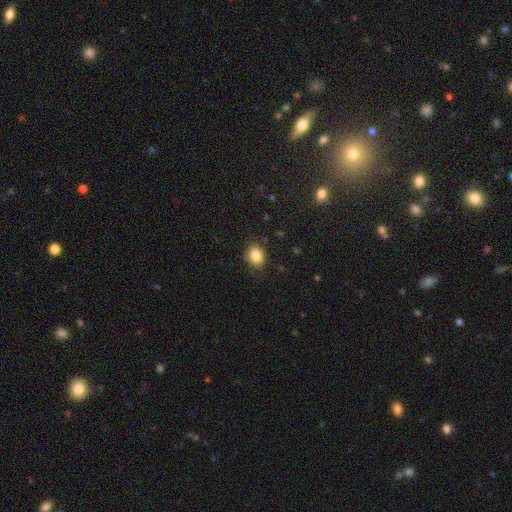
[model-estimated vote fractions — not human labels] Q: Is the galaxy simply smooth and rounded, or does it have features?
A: smooth — 85%.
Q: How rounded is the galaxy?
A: in between — 56%.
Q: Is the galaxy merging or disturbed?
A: none — 83%.